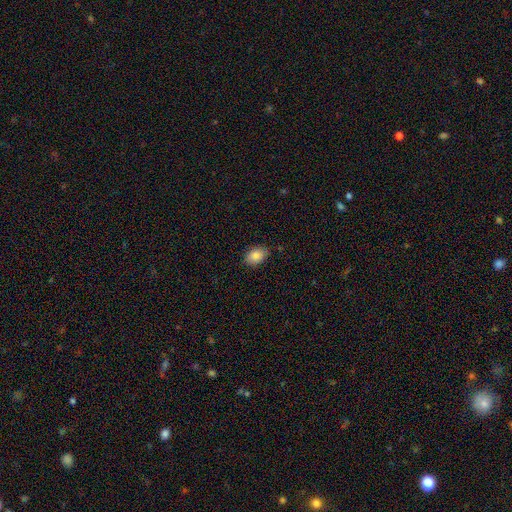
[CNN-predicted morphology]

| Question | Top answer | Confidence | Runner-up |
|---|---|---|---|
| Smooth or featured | smooth | 87% | star or artifact (7%) |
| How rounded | in between | 87% | round (12%) |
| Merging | none | 85% | minor disturbance (12%) |